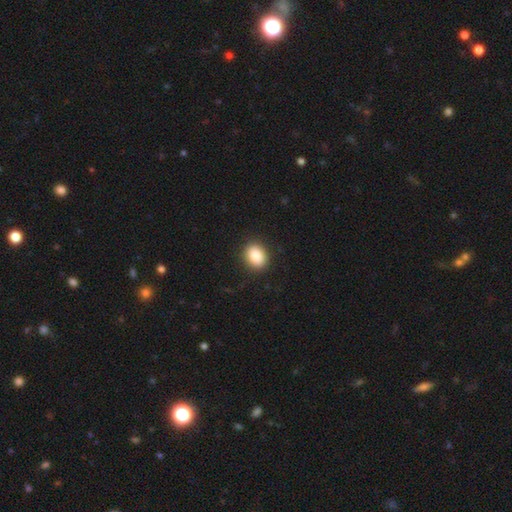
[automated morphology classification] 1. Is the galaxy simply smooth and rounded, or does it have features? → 87% smooth, 8% star or artifact, 5% featured or disk.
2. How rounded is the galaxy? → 58% in between, 41% round, 1% cigar-shaped.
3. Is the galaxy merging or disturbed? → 89% none, 7% minor disturbance, 2% major disturbance, 1% merger.